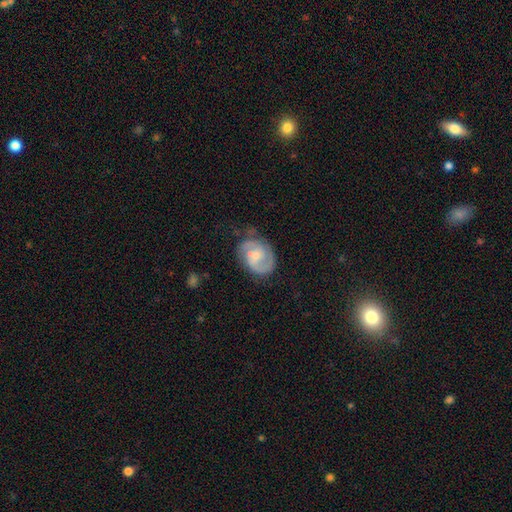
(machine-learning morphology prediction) A featured or disk galaxy (76%) with no bar (50%), 2 (79%) medium (49%) spiral arms (93%) and a small central bulge (55%).

Vote fractions:
- Smooth or featured? featured or disk: 76% / smooth: 18% / star or artifact: 6%
- Edge-on disk? no: 98% / yes: 2%
- Bar? no: 50% / weak: 43% / strong: 8%
- Spiral arms? yes: 93% / no: 7%
- Spiral winding? medium: 49% / tight: 35% / loose: 16%
- Spiral arm count? 2: 79% / can't tell: 9% / 1: 5% / 3: 4% / 4: 1% / more than 4: 1%
- Bulge size? small: 55% / moderate: 34% / none: 7% / large: 3% / dominant: 1%
- Merging? none: 62% / minor disturbance: 25% / major disturbance: 12% / merger: 2%